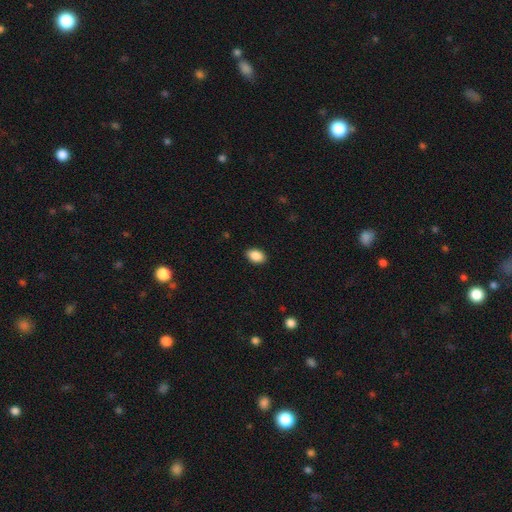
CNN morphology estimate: Q: Smooth or featured?
A: smooth (89%); runner-up: star or artifact (8%)
Q: How rounded?
A: in between (88%); runner-up: round (10%)
Q: Merging?
A: none (90%); runner-up: minor disturbance (8%)